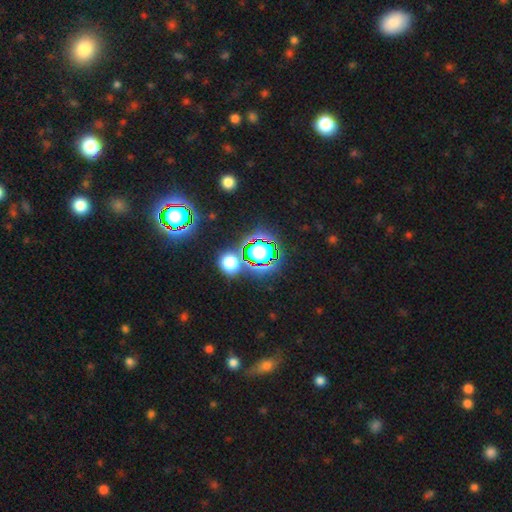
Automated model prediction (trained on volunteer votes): Morphology: type=star or artifact (78%).